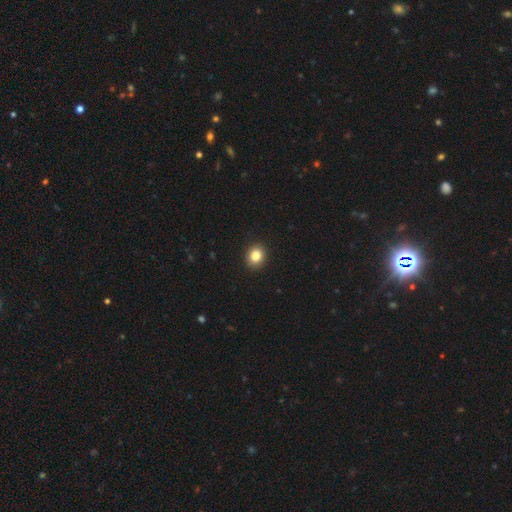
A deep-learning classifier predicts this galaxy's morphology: type=smooth (85%); roundness=round (67%); merging=none (91%).